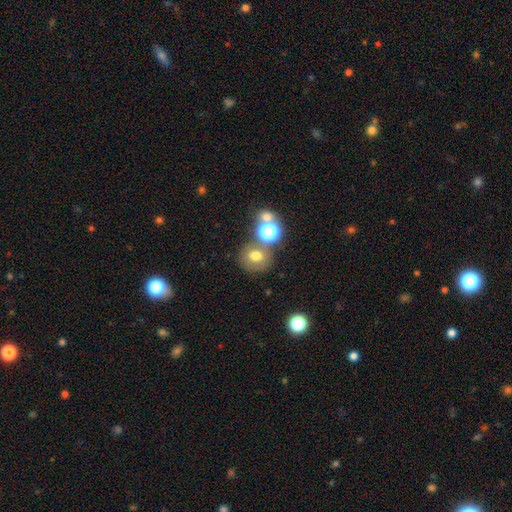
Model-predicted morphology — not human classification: This appears to be a smooth galaxy with no disk features (66%) that is round (74%). Merging: none (60%).